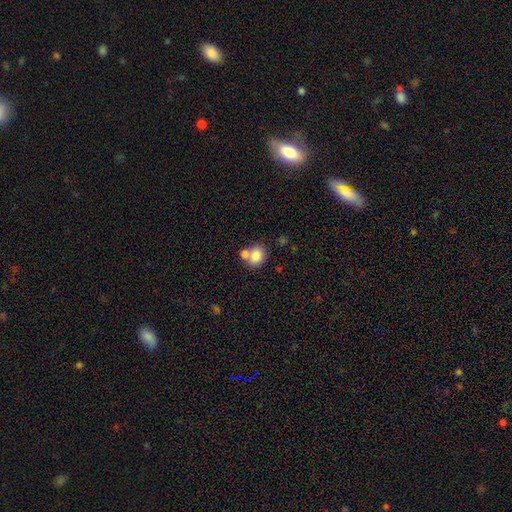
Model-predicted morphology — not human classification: This appears to be a smooth galaxy with no disk features (81%) that is round (64%). Merging: none (48%).